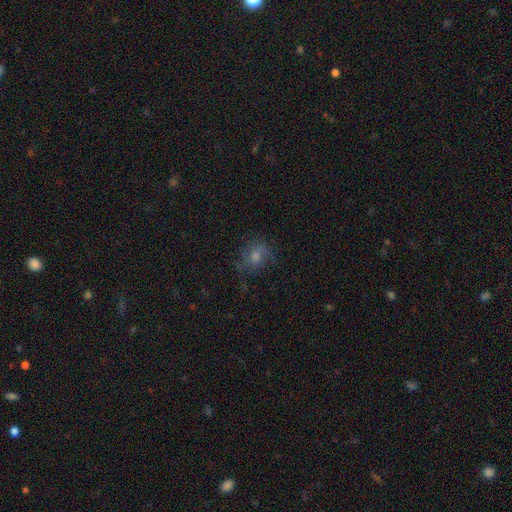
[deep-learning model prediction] A featured or disk galaxy (40%). Merging: none (67%).